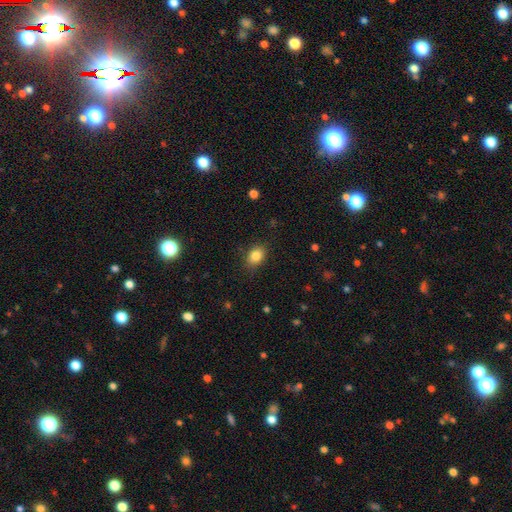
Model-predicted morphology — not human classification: Smooth or featured? smooth (84%)
How rounded? in between (70%)
Merging? none (83%)